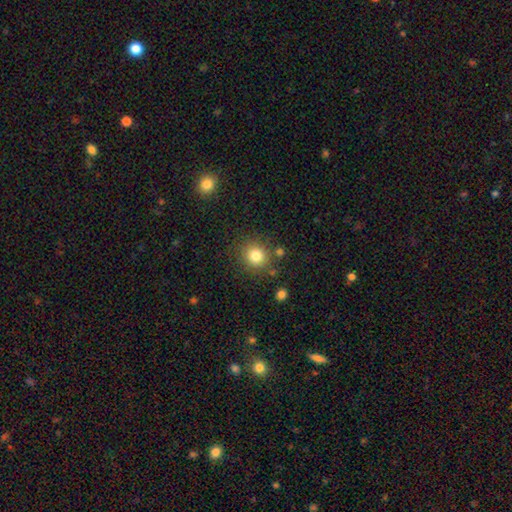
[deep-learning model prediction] smooth_or_featured: smooth (p=0.81) [alt: star or artifact p=0.12]
how_rounded: round (p=0.87) [alt: in between p=0.13]
merging: none (p=0.82) [alt: minor disturbance p=0.09]